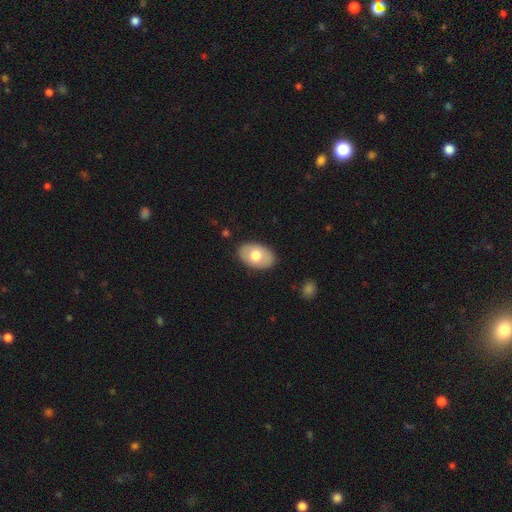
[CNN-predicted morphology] This is likely a smooth galaxy (66%). How rounded: clearly in between (89%). Merging: clearly none (87%).